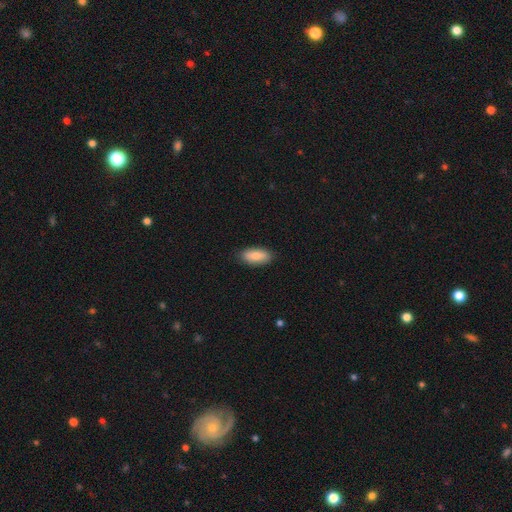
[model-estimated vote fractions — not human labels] Overall: smooth (82%). How rounded: in between (84%). Merging: none (87%).